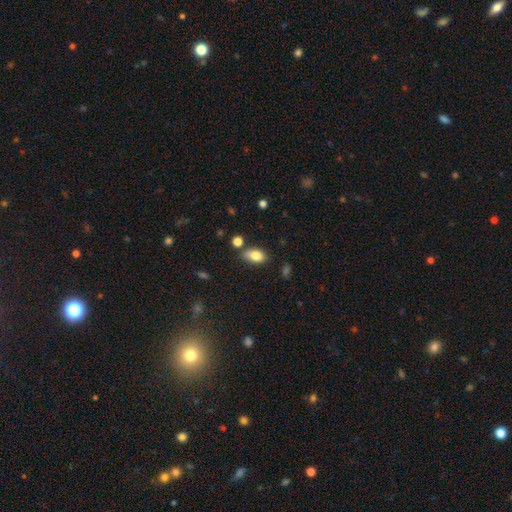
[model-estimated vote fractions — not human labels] smooth_or_featured: smooth (p=0.82) [alt: featured or disk p=0.10]
how_rounded: in between (p=0.88) [alt: round p=0.10]
merging: none (p=0.65) [alt: minor disturbance p=0.22]